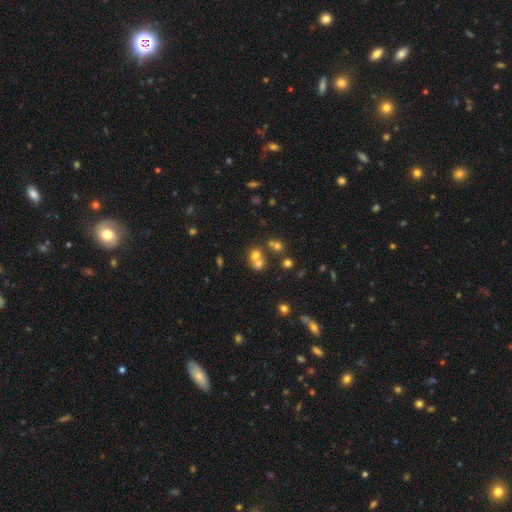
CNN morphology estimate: A smooth galaxy with no disk features (62%) that is round (75%).

Vote fractions:
- Smooth or featured? smooth: 62% / star or artifact: 19% / featured or disk: 19%
- How rounded? round: 75% / in between: 24% / cigar-shaped: 1%
- Merging? merger: 53% / none: 37% / minor disturbance: 7% / major disturbance: 4%